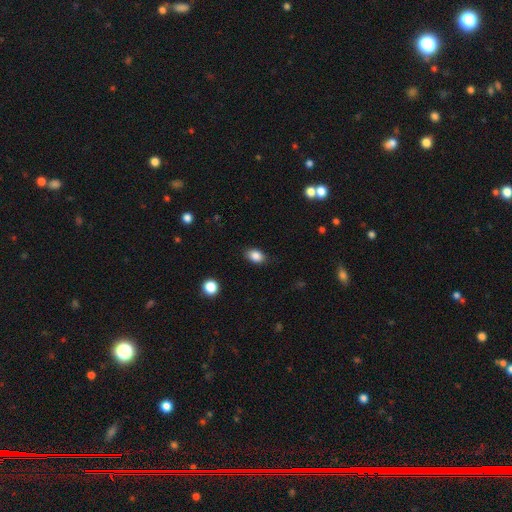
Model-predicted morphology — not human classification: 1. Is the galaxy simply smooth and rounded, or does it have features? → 86% smooth, 9% star or artifact, 5% featured or disk.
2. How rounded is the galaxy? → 81% in between, 17% round, 1% cigar-shaped.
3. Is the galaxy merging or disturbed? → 84% none, 12% minor disturbance, 3% major disturbance, 1% merger.